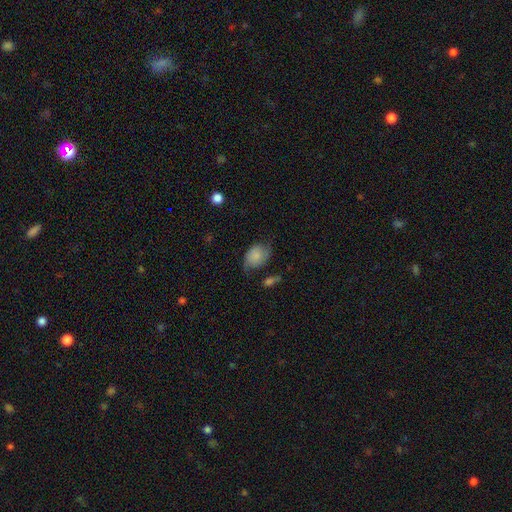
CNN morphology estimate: smooth-or-featured: smooth: 56% | featured or disk: 35% | star or artifact: 9%
  how-rounded: in between: 68% | round: 31% | cigar-shaped: 1%
  merging: none: 50% | minor disturbance: 32% | major disturbance: 15% | merger: 4%